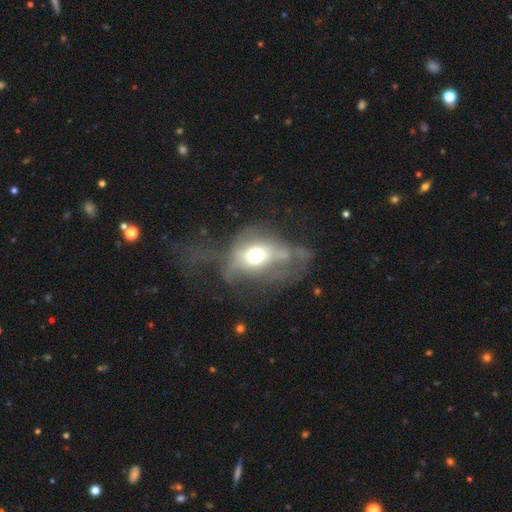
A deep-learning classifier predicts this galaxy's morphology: Smooth or featured? featured or disk (47%)
Merging? major disturbance (55%)